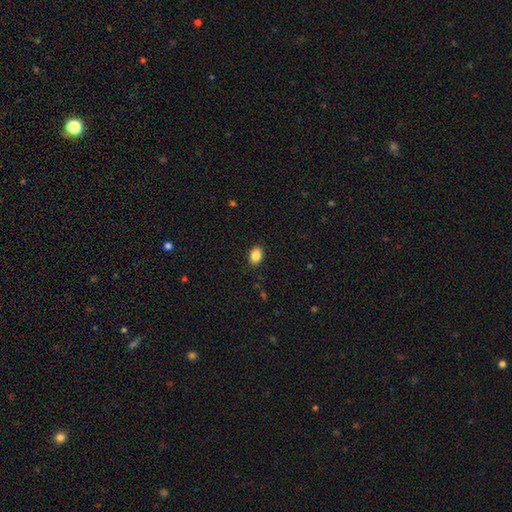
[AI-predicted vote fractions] Morphology: type=smooth (86%); roundness=in between (80%); merging=none (88%).